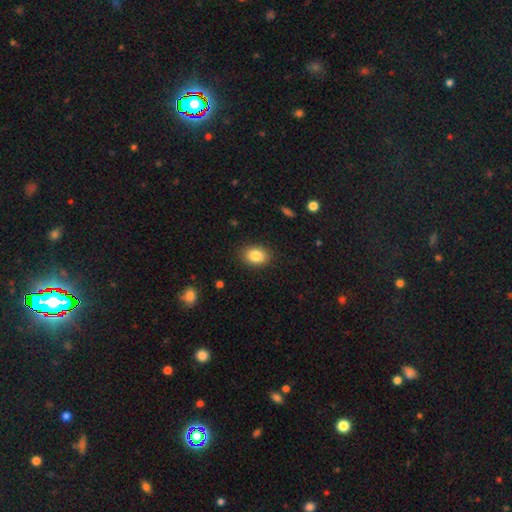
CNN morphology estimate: Smooth or featured? Predicted: smooth (p=0.85). How rounded? Predicted: in between (p=0.73). Merging? Predicted: none (p=0.88).